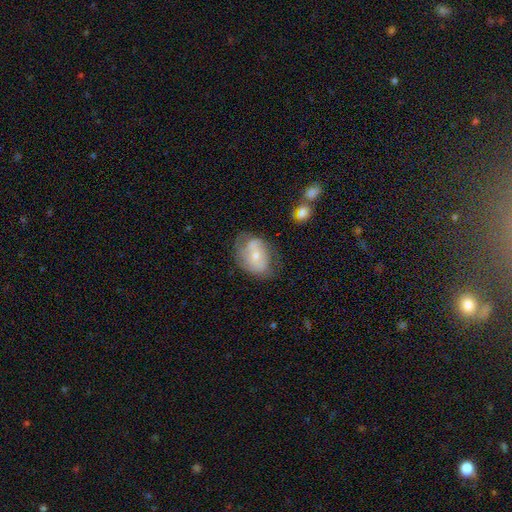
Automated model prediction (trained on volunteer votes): smooth-or-featured: featured or disk: 56% | smooth: 37% | star or artifact: 8%
  disk-edge-on: no: 96% | yes: 4%
    bar: no: 61% | weak: 30% | strong: 10%
    has-spiral-arms: yes: 70% | no: 30%
    bulge-size: small: 62% | moderate: 34% | none: 2% | large: 2% | dominant: 1%
  merging: none: 55% | minor disturbance: 27% | major disturbance: 13% | merger: 5%